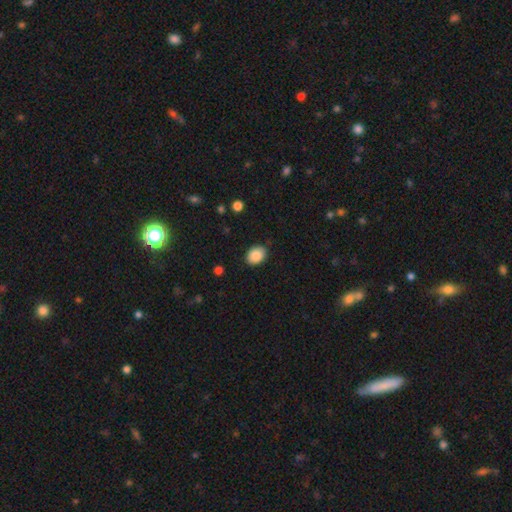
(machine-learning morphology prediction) smooth 88%, star or artifact 8%, featured or disk 4%. Down the decision tree: how rounded — in between (63%); merging — none (85%).